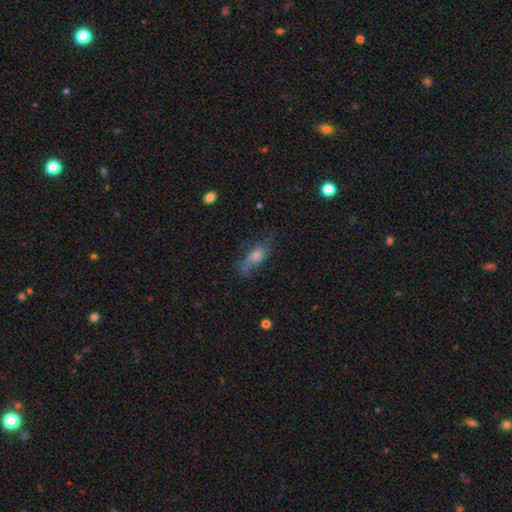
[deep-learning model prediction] Smooth or featured?
  - smooth: 50% *
  - featured or disk: 36%
  - star or artifact: 15%
Merging?
  - none: 54% *
  - minor disturbance: 25%
  - major disturbance: 17%
  - merger: 3%